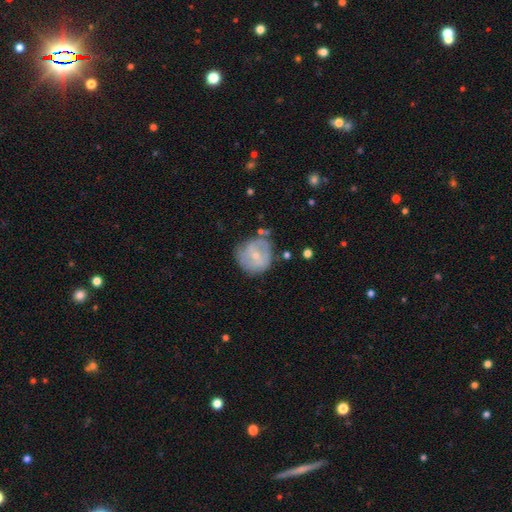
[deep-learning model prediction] Overall: featured or disk (48%; smooth 45%). Merging: none (55%; minor disturbance 29%).